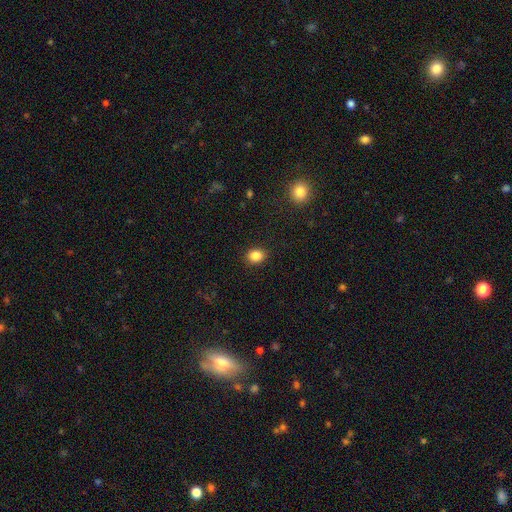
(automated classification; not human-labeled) Smooth or featured: smooth — 85% (star or artifact — 11%)
How rounded: round — 52% (in between — 47%)
Merging: none — 89% (minor disturbance — 7%)